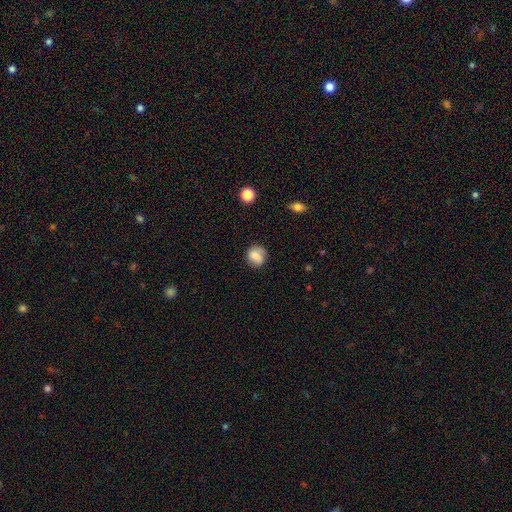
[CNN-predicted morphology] The model was most divided on "how rounded": round: 71%, in between: 28%, cigar-shaped: 1%. More confident: smooth or featured — smooth (75%); merging — none (67%).